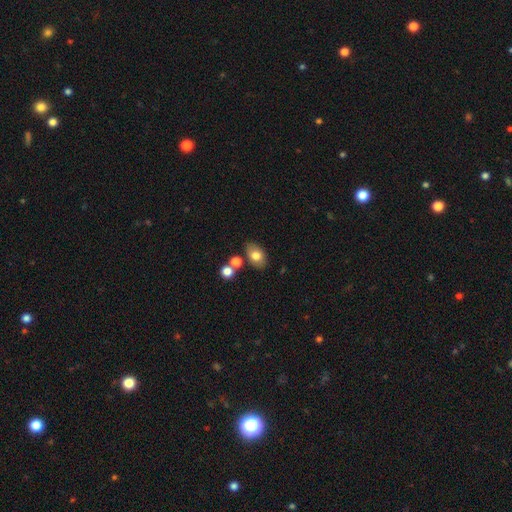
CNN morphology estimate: smooth 77%, featured or disk 14%, star or artifact 9%. Down the decision tree: how rounded — in between (81%); merging — none (73%).